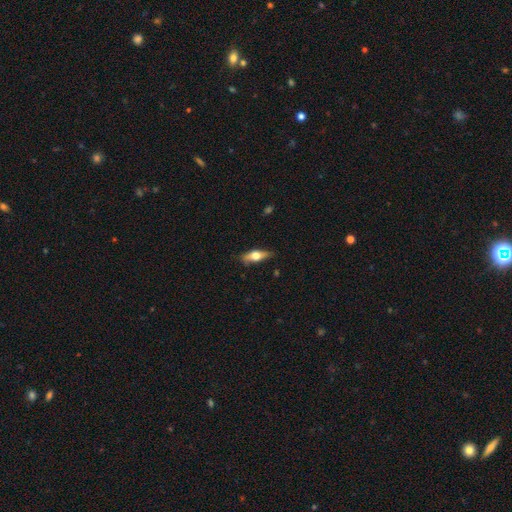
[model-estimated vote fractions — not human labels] Smooth or featured?
  - featured or disk: 47% *
  - smooth: 46%
  - star or artifact: 6%
Merging?
  - none: 76% *
  - minor disturbance: 18%
  - major disturbance: 4%
  - merger: 2%